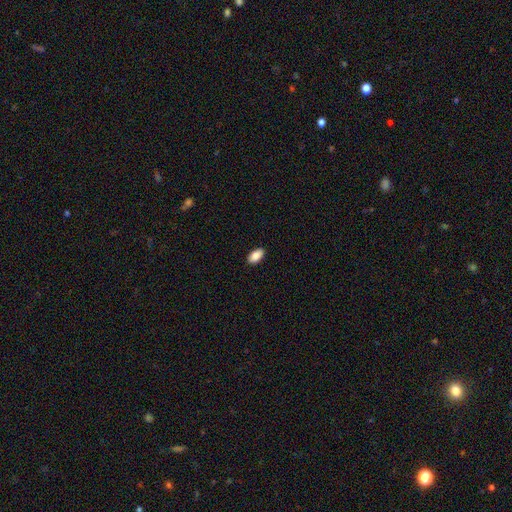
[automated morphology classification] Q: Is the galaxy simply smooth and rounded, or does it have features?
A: smooth — 88%.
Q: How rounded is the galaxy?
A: in between — 94%.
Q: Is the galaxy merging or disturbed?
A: none — 89%.